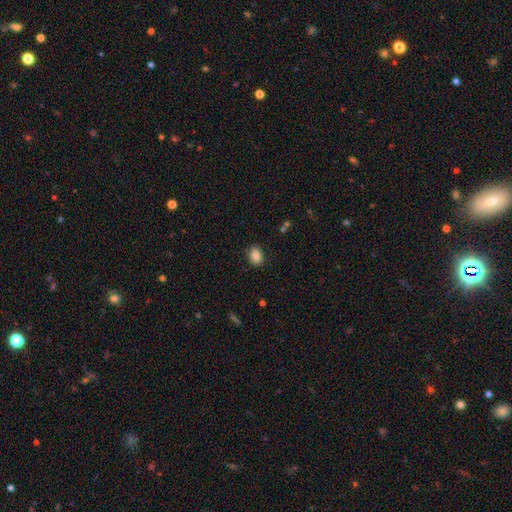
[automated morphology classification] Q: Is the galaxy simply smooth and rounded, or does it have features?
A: smooth — 84%.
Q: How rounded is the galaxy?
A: in between — 70%.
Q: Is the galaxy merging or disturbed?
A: none — 86%.